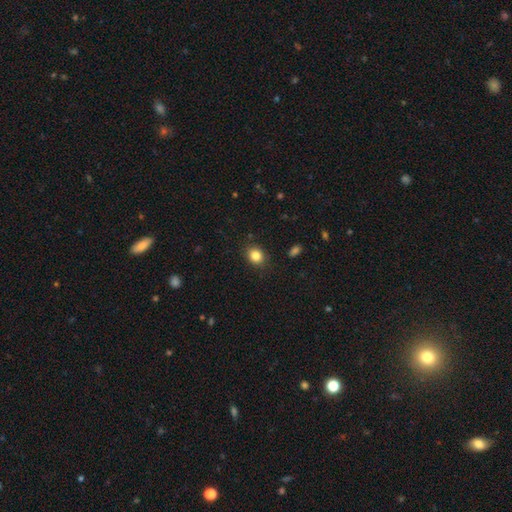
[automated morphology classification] Smooth or featured: smooth — 84% (star or artifact — 10%)
How rounded: round — 58% (in between — 41%)
Merging: none — 86% (minor disturbance — 10%)